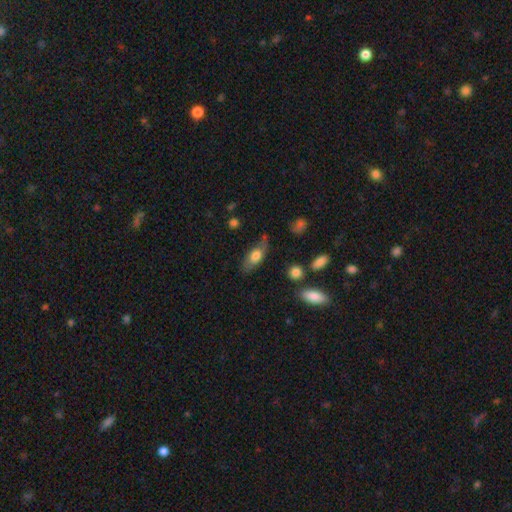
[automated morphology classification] smooth-or-featured: smooth: 69% | featured or disk: 24% | star or artifact: 7%
  how-rounded: in between: 83% | cigar-shaped: 13% | round: 5%
  merging: none: 63% | minor disturbance: 25% | major disturbance: 8% | merger: 5%